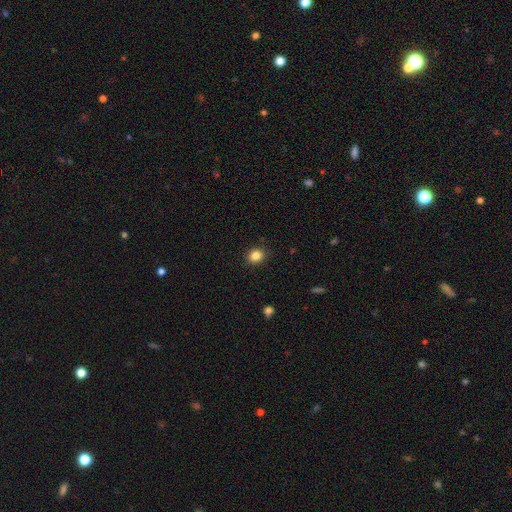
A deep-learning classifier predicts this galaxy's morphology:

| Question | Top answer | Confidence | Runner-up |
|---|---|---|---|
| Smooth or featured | smooth | 84% | star or artifact (11%) |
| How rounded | round | 69% | in between (30%) |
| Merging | none | 89% | minor disturbance (8%) |